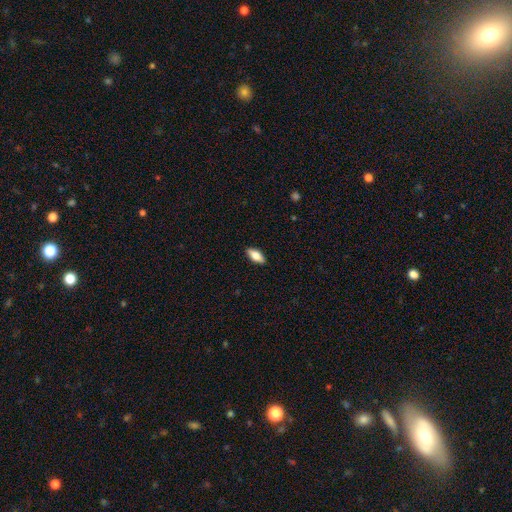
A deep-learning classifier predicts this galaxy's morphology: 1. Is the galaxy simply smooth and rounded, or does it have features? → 73% smooth, 21% featured or disk, 7% star or artifact.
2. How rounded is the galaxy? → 83% in between, 15% cigar-shaped, 3% round.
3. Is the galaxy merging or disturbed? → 89% none, 8% minor disturbance, 2% major disturbance, 1% merger.